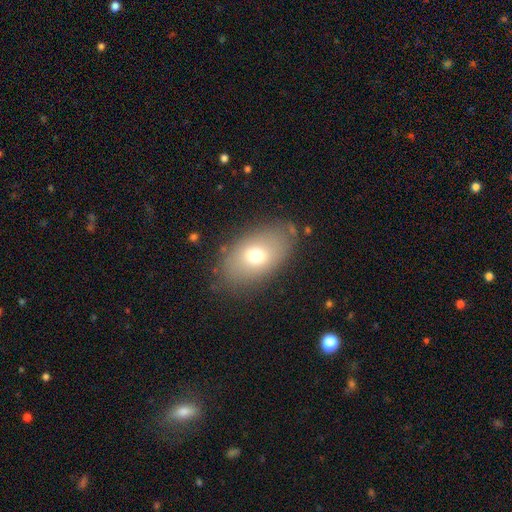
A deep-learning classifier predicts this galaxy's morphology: Smooth or featured? Predicted: smooth (p=0.69). How rounded? Predicted: in between (p=0.88). Merging? Predicted: none (p=0.81).